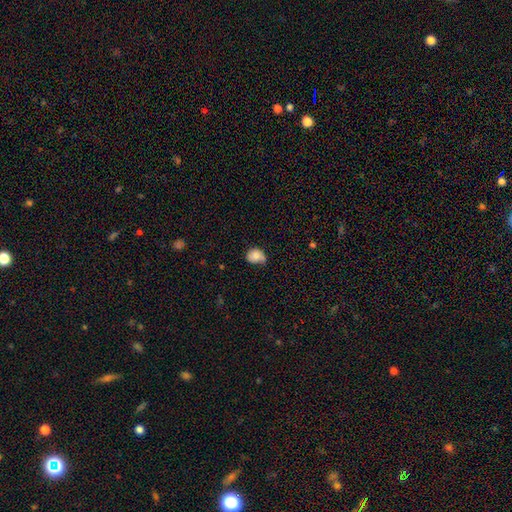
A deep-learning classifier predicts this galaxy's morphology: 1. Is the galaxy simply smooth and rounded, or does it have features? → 72% smooth, 19% featured or disk, 9% star or artifact.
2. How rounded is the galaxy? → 53% round, 46% in between, 1% cigar-shaped.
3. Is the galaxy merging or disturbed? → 45% none, 39% minor disturbance, 12% major disturbance, 4% merger.